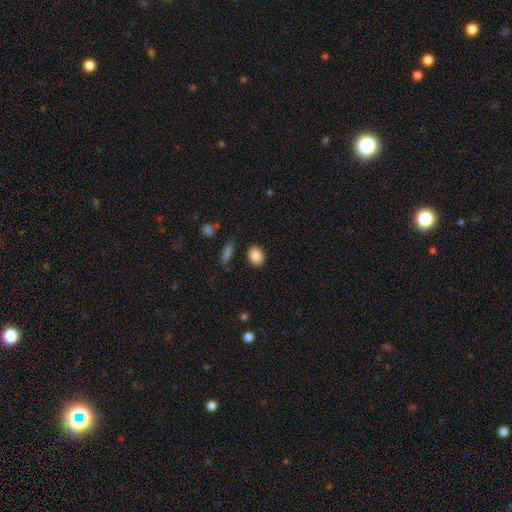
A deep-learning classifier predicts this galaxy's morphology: Smooth or featured? Predicted: smooth (p=0.86). How rounded? Predicted: in between (p=0.60). Merging? Predicted: none (p=0.84).